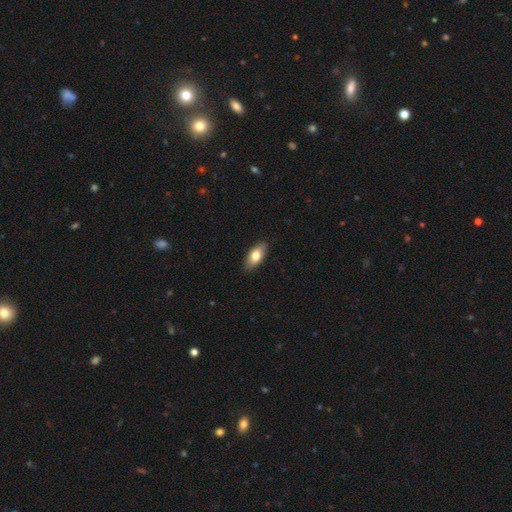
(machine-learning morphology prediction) Overall: smooth (76%). How rounded: in between (87%). Merging: none (88%).